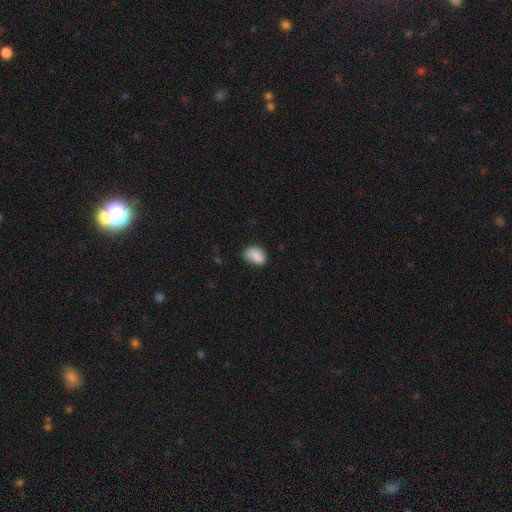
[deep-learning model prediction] The model was most divided on "merging": none: 65%, minor disturbance: 26%, major disturbance: 6%, merger: 2%. More confident: smooth or featured — smooth (84%); how rounded — in between (80%).